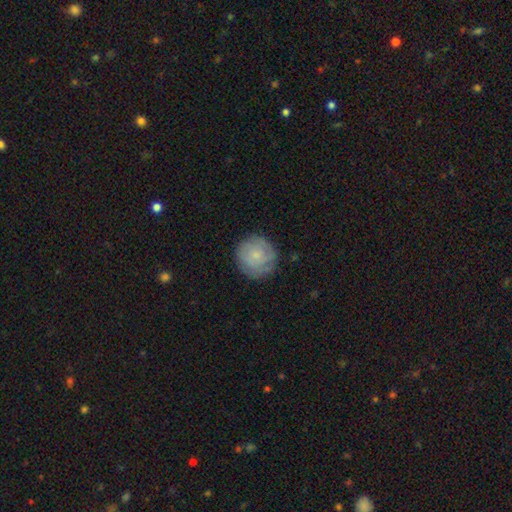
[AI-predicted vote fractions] smooth 68%, featured or disk 25%, star or artifact 7%. Down the decision tree: how rounded — round (94%); merging — none (80%).